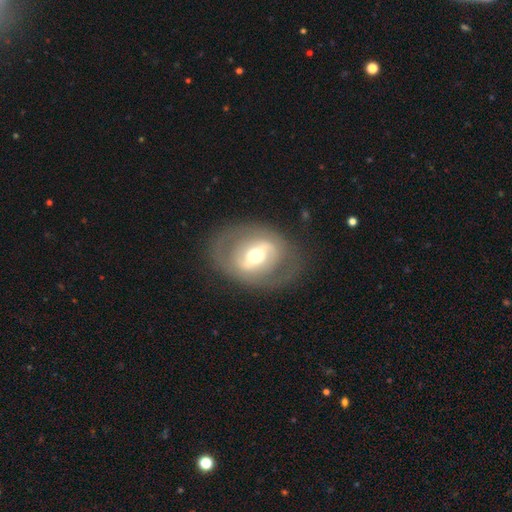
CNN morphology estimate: type=featured or disk (65%); edge-on=no (93%); bar=strong (42%); spiral arms=no (66%); bulge=moderate (68%); merging=none (77%).